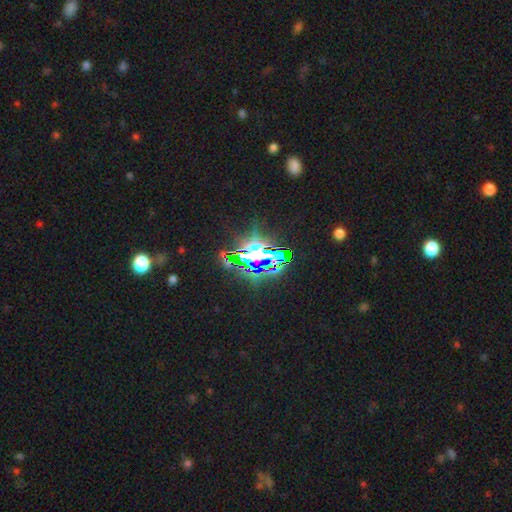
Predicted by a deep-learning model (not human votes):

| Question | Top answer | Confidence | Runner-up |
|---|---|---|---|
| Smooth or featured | star or artifact | 80% | featured or disk (11%) |